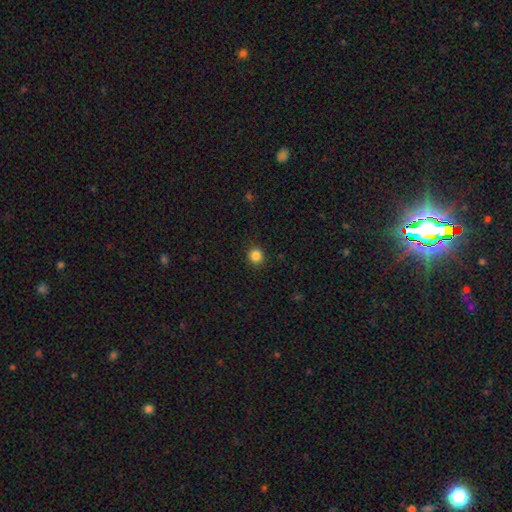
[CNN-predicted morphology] Smooth or featured: smooth — 85% (star or artifact — 11%)
How rounded: round — 91% (in between — 8%)
Merging: none — 91% (minor disturbance — 6%)